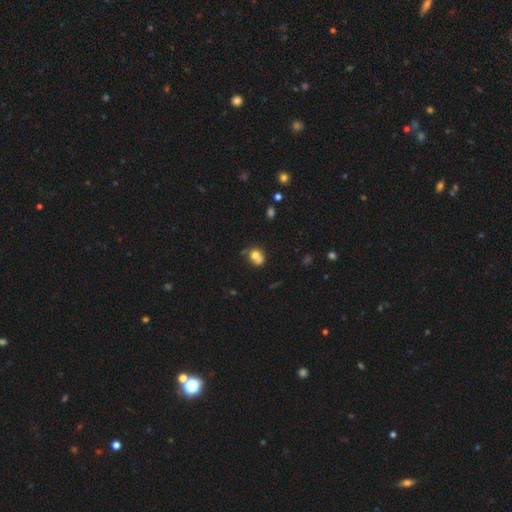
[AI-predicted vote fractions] Smooth or featured? smooth (70%)
How rounded? round (66%)
Merging? merger (42%)